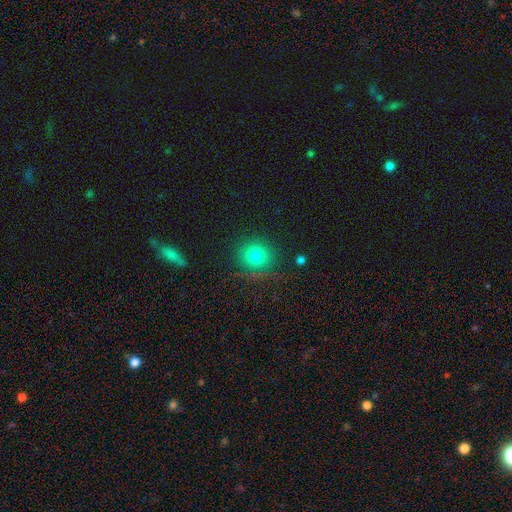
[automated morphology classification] Q: Smooth or featured?
A: smooth (77%); runner-up: star or artifact (16%)
Q: How rounded?
A: round (88%); runner-up: in between (11%)
Q: Merging?
A: none (83%); runner-up: minor disturbance (10%)